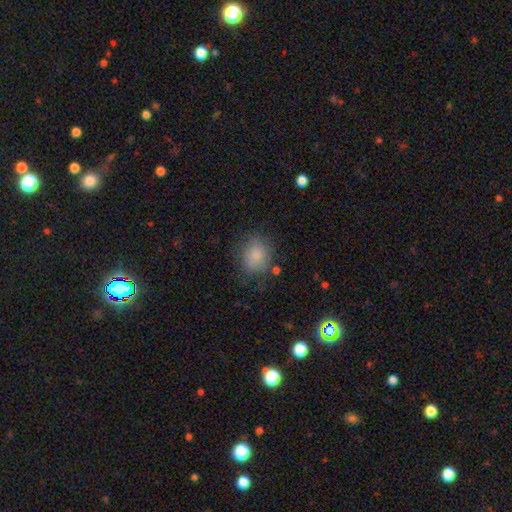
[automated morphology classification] Smooth or featured?
  - smooth: 83% *
  - star or artifact: 10%
  - featured or disk: 7%
How rounded?
  - round: 62% *
  - in between: 37%
  - cigar-shaped: 1%
Merging?
  - none: 71% *
  - minor disturbance: 19%
  - major disturbance: 7%
  - merger: 3%